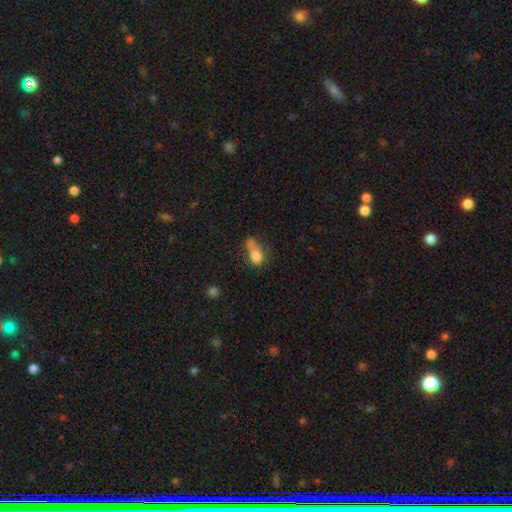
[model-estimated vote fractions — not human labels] This appears to be a smooth galaxy with no disk features (76%) that is in between round and cigar-shaped (64%). Merging: merger (37%).